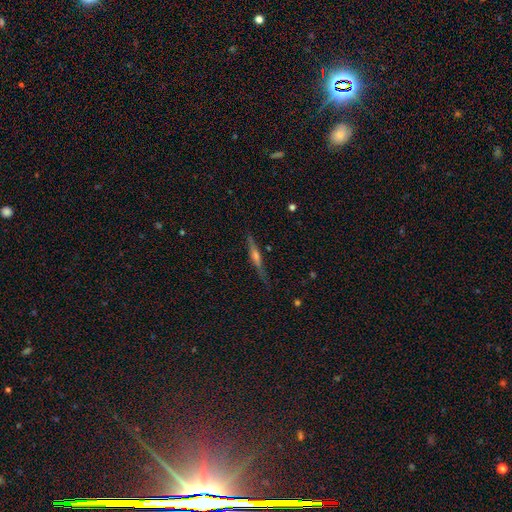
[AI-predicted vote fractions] Smooth or featured? Predicted: featured or disk (p=0.69). Edge-on disk? Predicted: yes (p=0.96). Edge-on bulge? Predicted: rounded (p=0.74). Merging? Predicted: none (p=0.83).